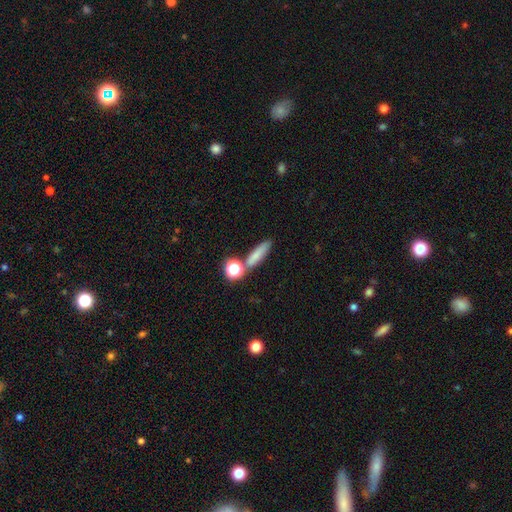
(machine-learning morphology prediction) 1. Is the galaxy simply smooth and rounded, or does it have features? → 76% smooth, 13% star or artifact, 11% featured or disk.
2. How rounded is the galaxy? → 59% cigar-shaped, 28% in between, 13% round.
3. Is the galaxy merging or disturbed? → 68% none, 16% merger, 12% minor disturbance, 4% major disturbance.